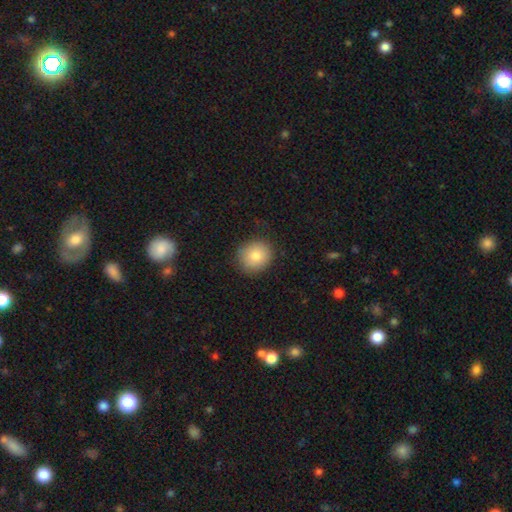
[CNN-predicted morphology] Smooth or featured?
  - smooth: 81% *
  - featured or disk: 10%
  - star or artifact: 9%
How rounded?
  - round: 85% *
  - in between: 14%
  - cigar-shaped: 1%
Merging?
  - none: 86% *
  - minor disturbance: 10%
  - major disturbance: 3%
  - merger: 1%